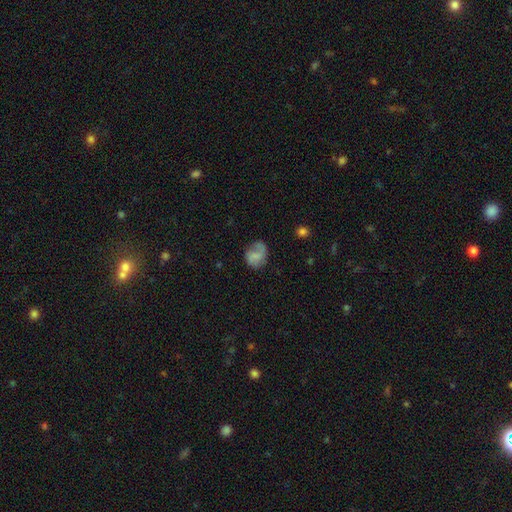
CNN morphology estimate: Q: Smooth or featured?
A: smooth (54%); runner-up: featured or disk (37%)
Q: How rounded?
A: round (55%); runner-up: in between (43%)
Q: Merging?
A: none (53%); runner-up: minor disturbance (27%)